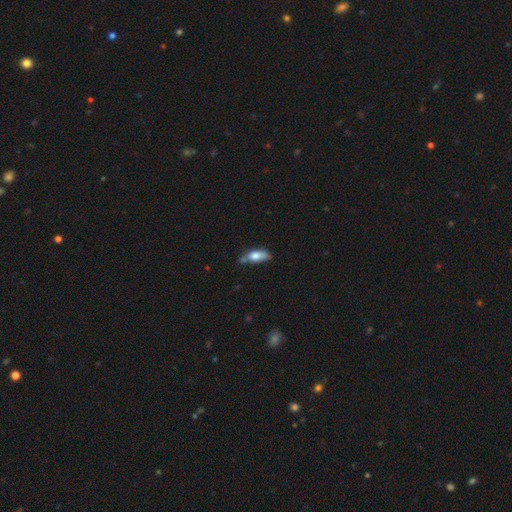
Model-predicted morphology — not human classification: A smooth galaxy with no disk features (72%) that is in between round and cigar-shaped (73%). Merging: none (43%).